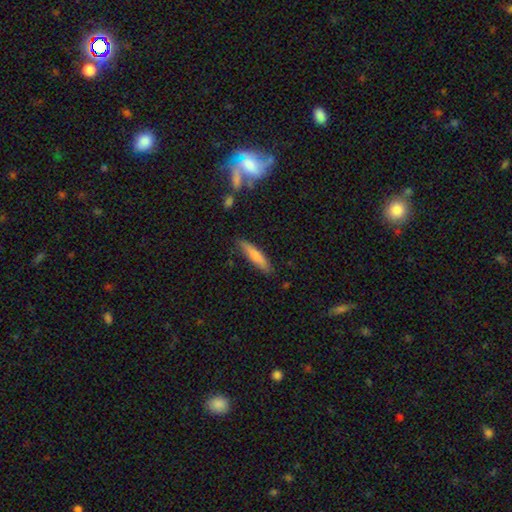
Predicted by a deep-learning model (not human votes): Smooth or featured?
  - smooth: 76% *
  - featured or disk: 18%
  - star or artifact: 6%
How rounded?
  - cigar-shaped: 84% *
  - in between: 15%
  - round: 1%
Merging?
  - none: 84% *
  - minor disturbance: 12%
  - major disturbance: 2%
  - merger: 2%